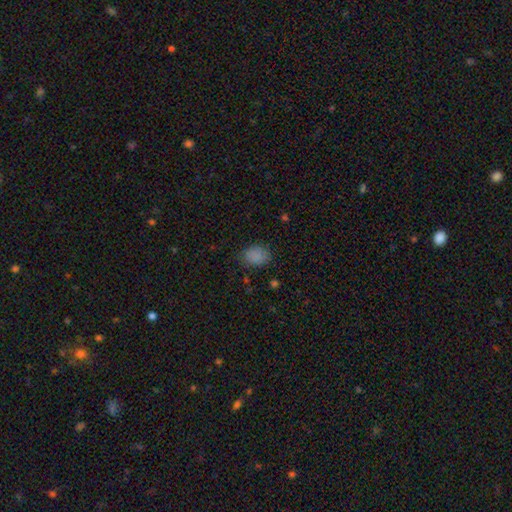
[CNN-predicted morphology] Smooth or featured: smooth — 86% (star or artifact — 10%)
How rounded: in between — 69% (round — 30%)
Merging: none — 78% (minor disturbance — 17%)